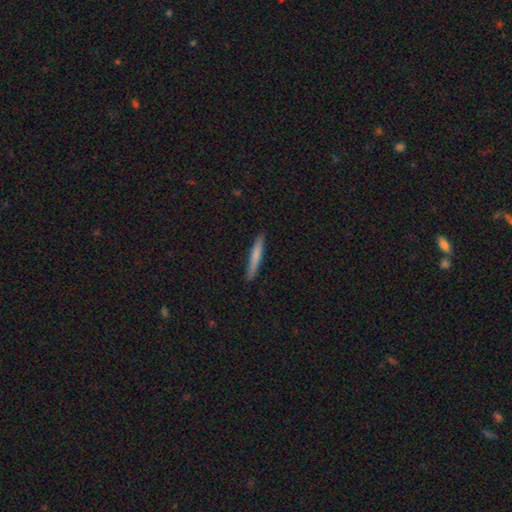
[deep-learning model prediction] Smooth or featured? smooth (71%)
How rounded? cigar-shaped (96%)
Merging? none (89%)